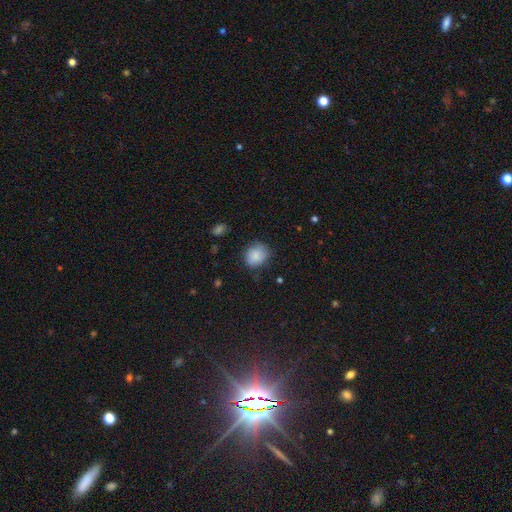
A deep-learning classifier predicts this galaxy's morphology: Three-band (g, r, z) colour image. It shows a smooth galaxy with no disk features (87%) that is round (76%). Merging: none (77%).